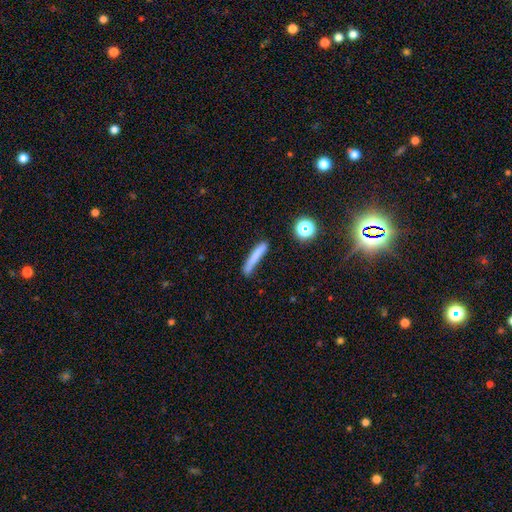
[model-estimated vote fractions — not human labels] The model was most divided on "merging": none: 71%, minor disturbance: 18%, major disturbance: 6%, merger: 4%. More confident: how rounded — cigar-shaped (94%); smooth or featured — smooth (74%).